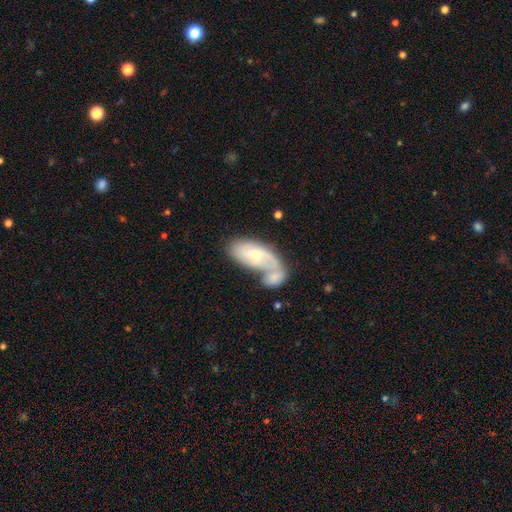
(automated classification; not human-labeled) smooth_or_featured: featured or disk (p=0.48) [alt: smooth p=0.46]
merging: merger (p=0.56) [alt: none p=0.21]